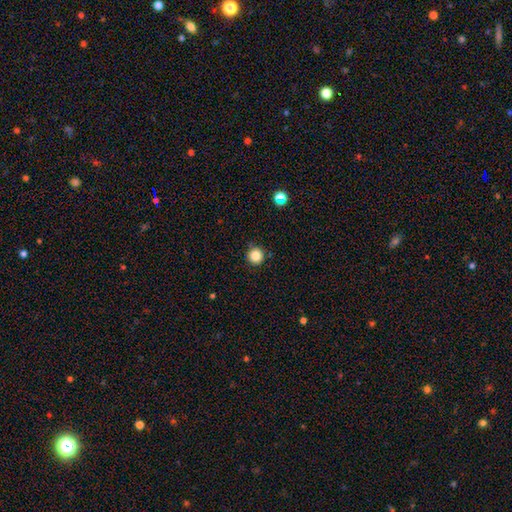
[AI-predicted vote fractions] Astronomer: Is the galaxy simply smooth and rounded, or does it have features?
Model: smooth — 84%.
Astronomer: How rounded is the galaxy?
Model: round — 95%.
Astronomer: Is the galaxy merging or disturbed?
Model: none — 89%.